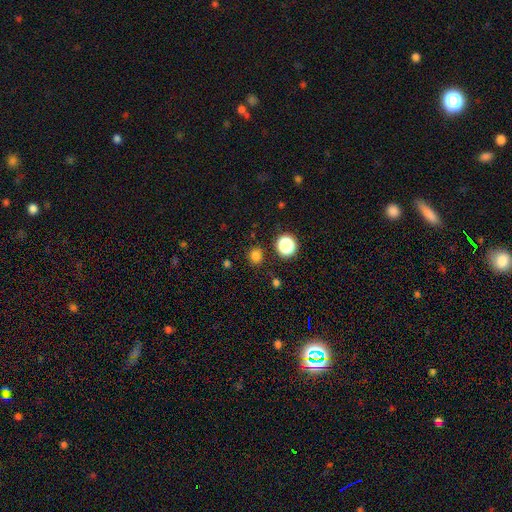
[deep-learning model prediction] smooth-or-featured: smooth: 77% | star or artifact: 19% | featured or disk: 4%
  how-rounded: round: 85% | in between: 14% | cigar-shaped: 1%
  merging: none: 86% | minor disturbance: 9% | merger: 3% | major disturbance: 3%